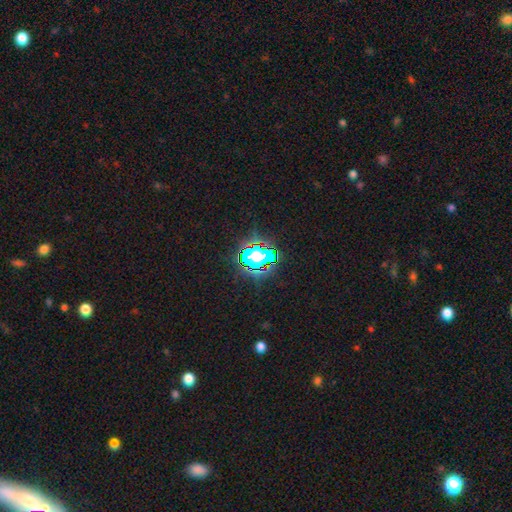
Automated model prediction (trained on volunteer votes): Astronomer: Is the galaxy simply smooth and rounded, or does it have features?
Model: star or artifact — 62%.